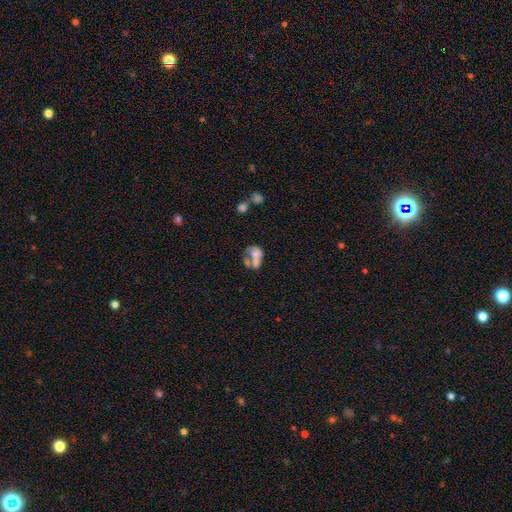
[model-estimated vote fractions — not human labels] This is possibly a smooth galaxy (53%). How rounded: likely in between (71%). Merging: possibly merger (53%).